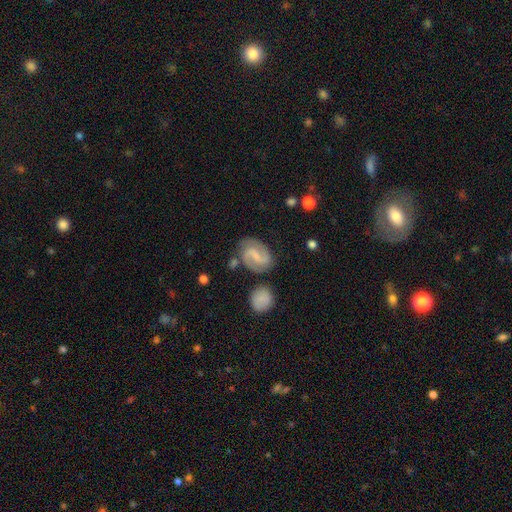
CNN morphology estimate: This appears to be a featured or disk galaxy (81%) with a weak bar (48%), 2 (92%) medium (54%) spiral arms (96%) and a small central bulge (45%). Merging: none (75%).